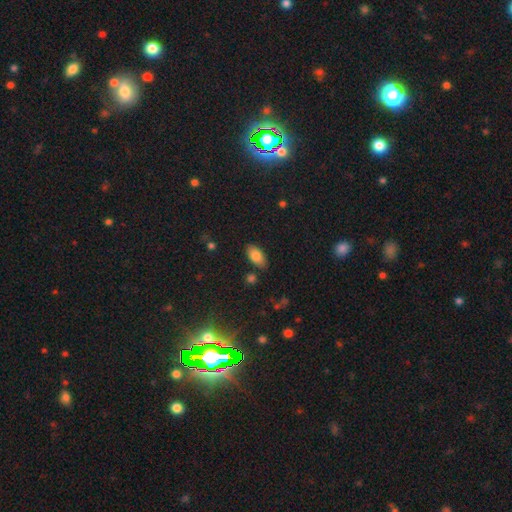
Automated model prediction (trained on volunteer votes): A smooth galaxy with no disk features (83%) that is in between round and cigar-shaped (92%).

Vote fractions:
- Smooth or featured? smooth: 83% / featured or disk: 9% / star or artifact: 8%
- How rounded? in between: 92% / cigar-shaped: 5% / round: 3%
- Merging? none: 81% / minor disturbance: 13% / merger: 3% / major disturbance: 3%